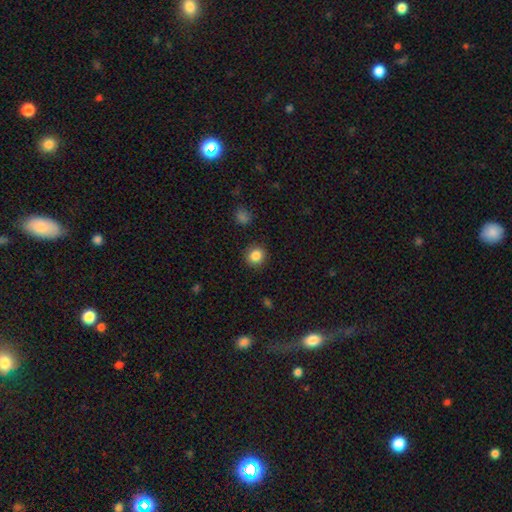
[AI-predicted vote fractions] Morphology: type=smooth (85%); roundness=round (88%); merging=none (89%).